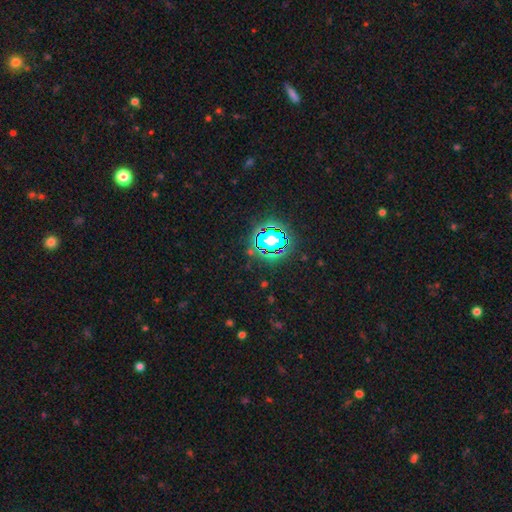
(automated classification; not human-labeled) star or artifact 84%, smooth 10%, featured or disk 6%.